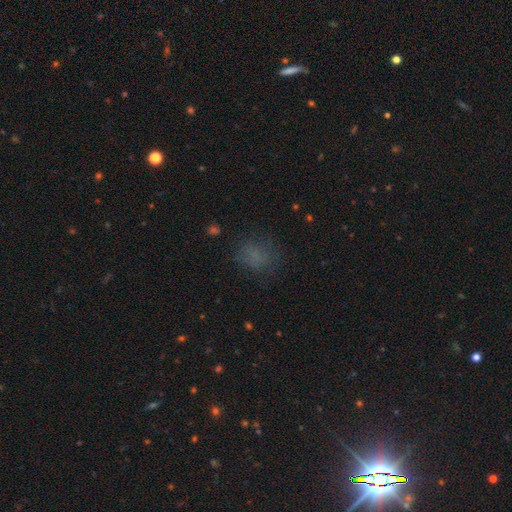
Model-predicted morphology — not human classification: smooth 67%, star or artifact 21%, featured or disk 12%. Down the decision tree: how rounded — in between (50%); merging — none (67%).